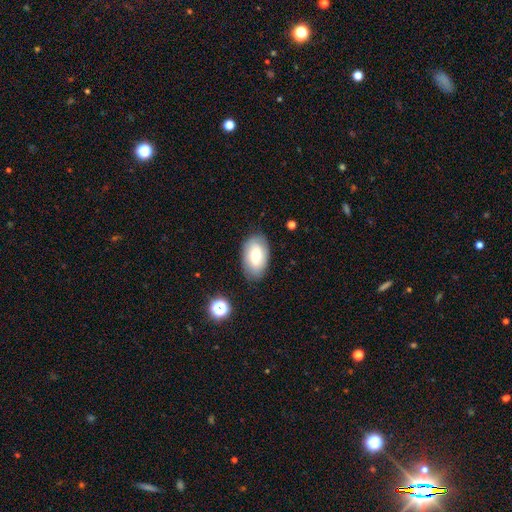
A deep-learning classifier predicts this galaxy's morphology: Q: Smooth or featured?
A: smooth (68%); runner-up: featured or disk (23%)
Q: How rounded?
A: in between (93%); runner-up: round (6%)
Q: Merging?
A: none (83%); runner-up: minor disturbance (12%)